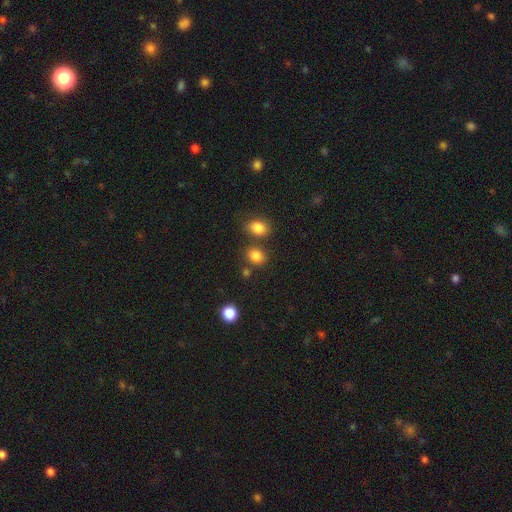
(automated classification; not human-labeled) Q: Smooth or featured?
A: smooth (83%); runner-up: star or artifact (12%)
Q: How rounded?
A: in between (51%); runner-up: round (48%)
Q: Merging?
A: none (70%); runner-up: merger (14%)